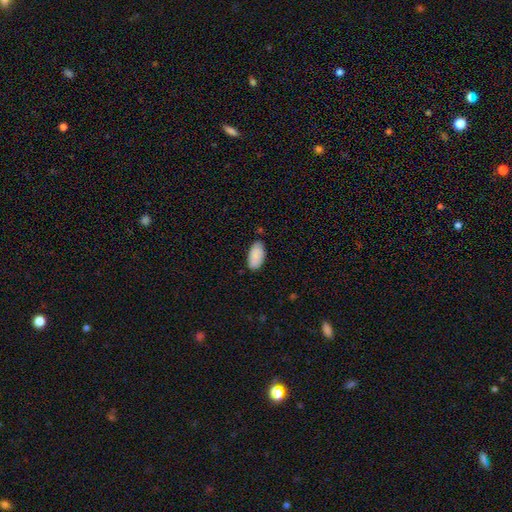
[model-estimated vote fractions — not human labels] The model was most divided on "merging": none: 77%, minor disturbance: 18%, major disturbance: 3%, merger: 2%. More confident: how rounded — in between (94%); smooth or featured — smooth (88%).